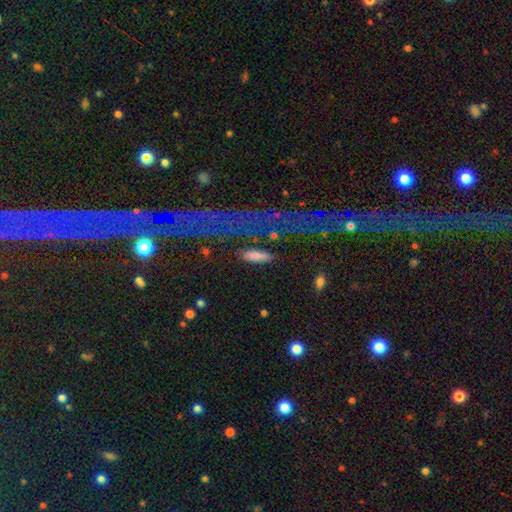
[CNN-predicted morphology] Smooth or featured?
  - smooth: 77% *
  - featured or disk: 15%
  - star or artifact: 9%
How rounded?
  - cigar-shaped: 60% *
  - in between: 37%
  - round: 3%
Merging?
  - none: 77% *
  - minor disturbance: 14%
  - major disturbance: 5%
  - merger: 4%